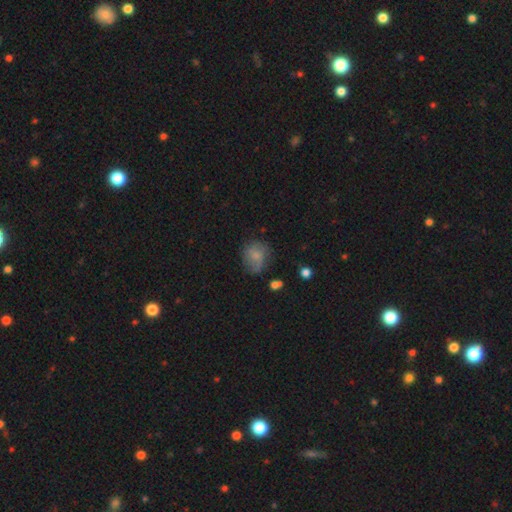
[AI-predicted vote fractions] smooth-or-featured: smooth: 68% | featured or disk: 22% | star or artifact: 10%
  how-rounded: round: 63% | in between: 36% | cigar-shaped: 1%
  merging: none: 53% | minor disturbance: 30% | major disturbance: 14% | merger: 3%